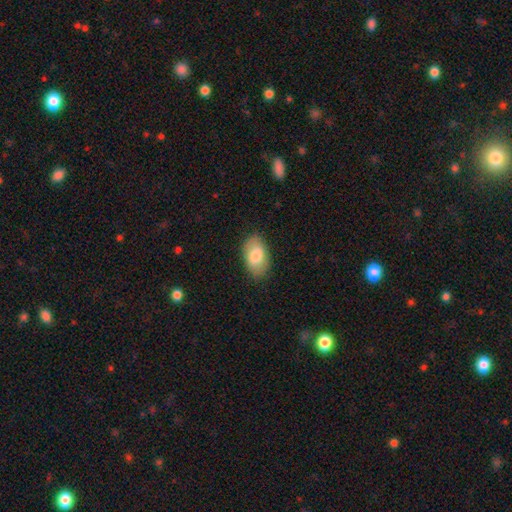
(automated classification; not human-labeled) Morphology: type=smooth (80%); roundness=in between (94%); merging=none (84%).